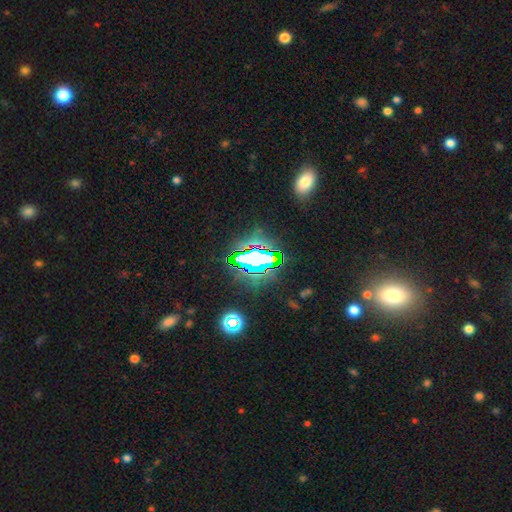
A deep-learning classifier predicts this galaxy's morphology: Smooth or featured?
  - star or artifact: 79% *
  - smooth: 12%
  - featured or disk: 10%